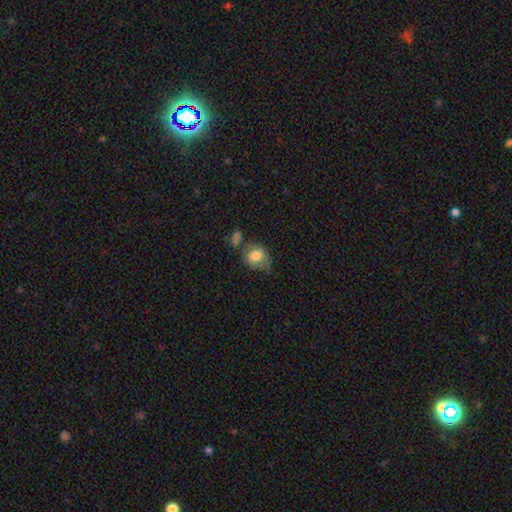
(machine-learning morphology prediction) Q: Smooth or featured?
A: smooth (76%); runner-up: featured or disk (16%)
Q: How rounded?
A: round (52%); runner-up: in between (46%)
Q: Merging?
A: none (42%); runner-up: minor disturbance (29%)